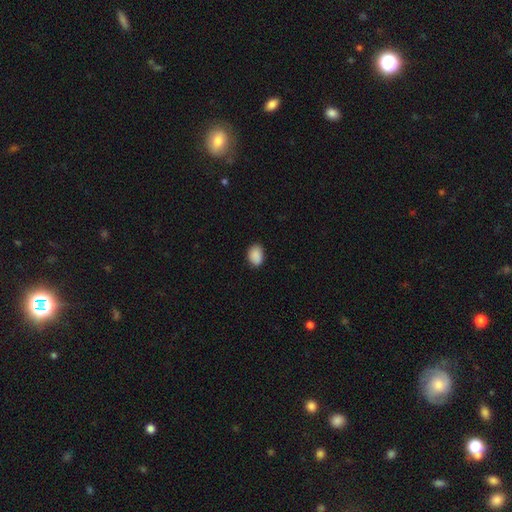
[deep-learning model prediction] smooth_or_featured: smooth (p=0.90) [alt: star or artifact p=0.08]
how_rounded: in between (p=0.76) [alt: round p=0.23]
merging: none (p=0.84) [alt: minor disturbance p=0.13]